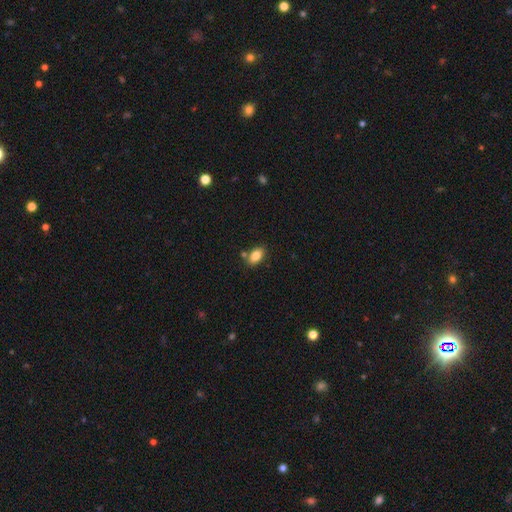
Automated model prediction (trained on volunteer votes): The model was most divided on "merging": none: 75%, minor disturbance: 12%, merger: 9%, major disturbance: 3%. More confident: how rounded — in between (90%); smooth or featured — smooth (83%).